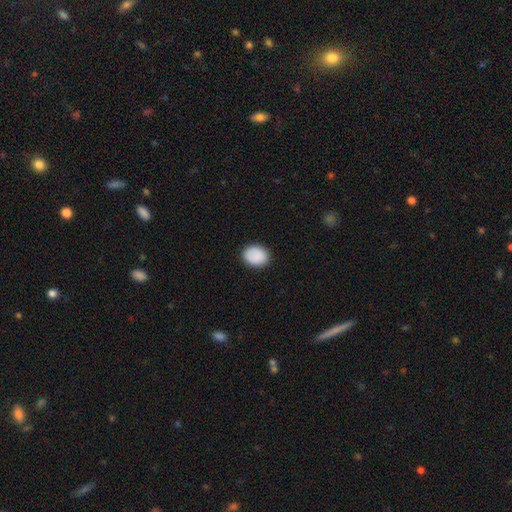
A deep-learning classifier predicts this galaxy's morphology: This appears to be a smooth galaxy with no disk features (89%) that is in between round and cigar-shaped (55%). Merging: none (89%).